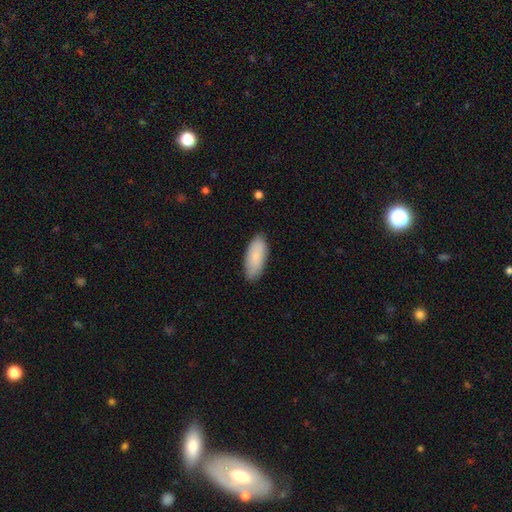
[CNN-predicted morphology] A smooth galaxy with no disk features (85%) that is in between round and cigar-shaped (84%). Merging: none (86%).